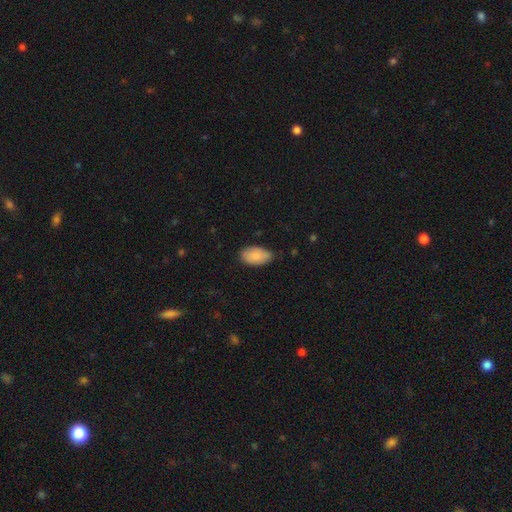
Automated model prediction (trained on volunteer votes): A smooth galaxy with no disk features (82%) that is in between round and cigar-shaped (94%).

Vote fractions:
- Smooth or featured? smooth: 82% / featured or disk: 11% / star or artifact: 6%
- How rounded? in between: 94% / round: 4% / cigar-shaped: 2%
- Merging? none: 70% / minor disturbance: 26% / major disturbance: 4% / merger: 1%